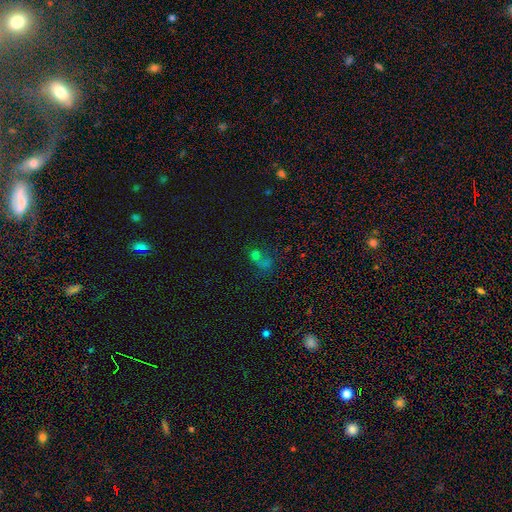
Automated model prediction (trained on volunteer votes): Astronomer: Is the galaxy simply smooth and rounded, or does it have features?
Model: smooth — 61%.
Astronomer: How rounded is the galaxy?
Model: round — 59% (runner-up: in between, 39%).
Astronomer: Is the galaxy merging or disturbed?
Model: merger — 60%.